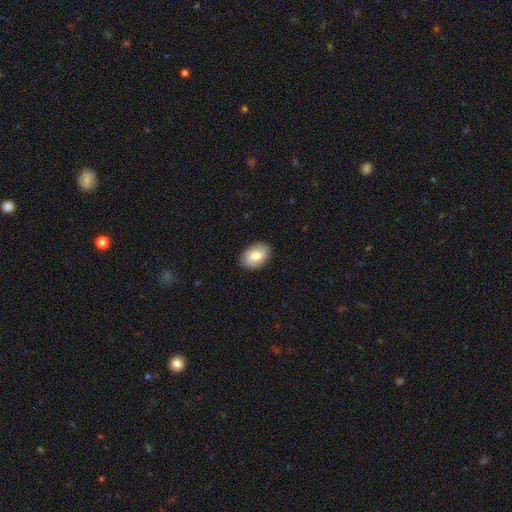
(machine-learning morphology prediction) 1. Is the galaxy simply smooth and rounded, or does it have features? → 75% smooth, 18% featured or disk, 7% star or artifact.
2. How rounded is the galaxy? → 80% in between, 18% round, 1% cigar-shaped.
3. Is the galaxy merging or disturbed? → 85% none, 11% minor disturbance, 2% major disturbance, 1% merger.